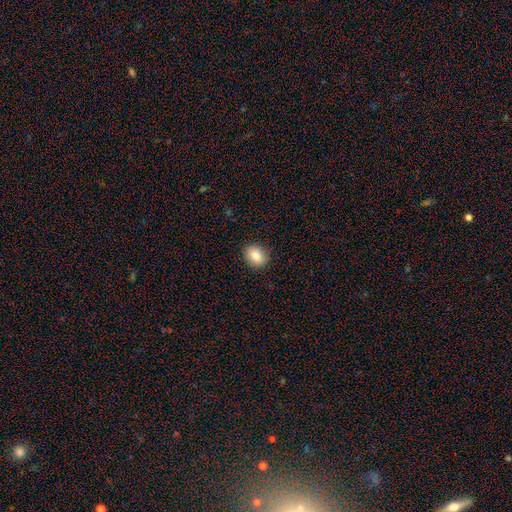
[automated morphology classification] A smooth galaxy with no disk features (84%) that is round (51%). Merging: none (89%).